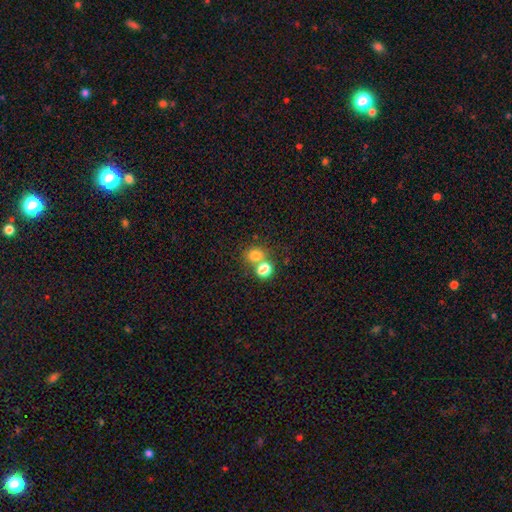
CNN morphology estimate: This appears to be a smooth galaxy with no disk features (75%) that is round (70%). Merging: none (49%).